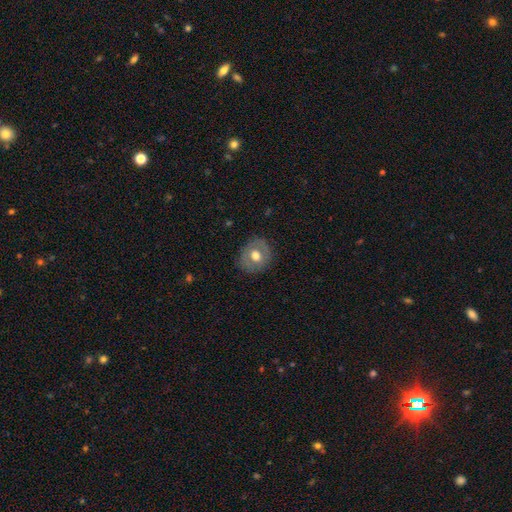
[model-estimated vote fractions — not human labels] Morphology: type=smooth (59%); roundness=round (77%); merging=none (83%).